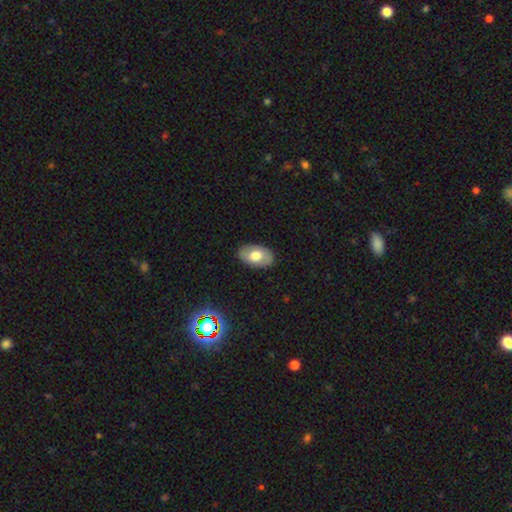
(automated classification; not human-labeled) This is likely a smooth galaxy (62%). How rounded: clearly in between (91%). Merging: clearly none (85%).